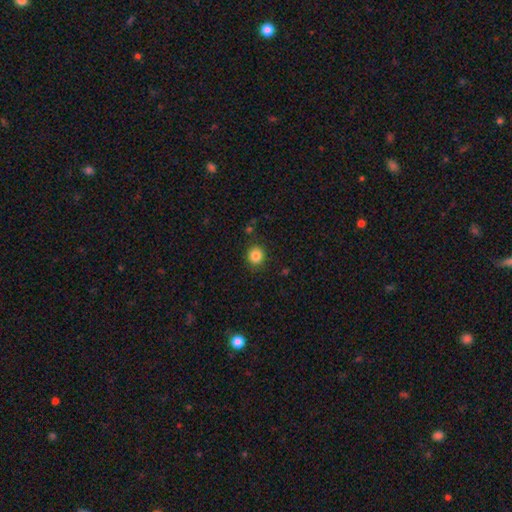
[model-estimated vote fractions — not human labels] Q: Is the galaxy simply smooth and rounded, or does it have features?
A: smooth — 85%.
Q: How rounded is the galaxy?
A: round — 86%.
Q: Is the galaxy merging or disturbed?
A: none — 88%.